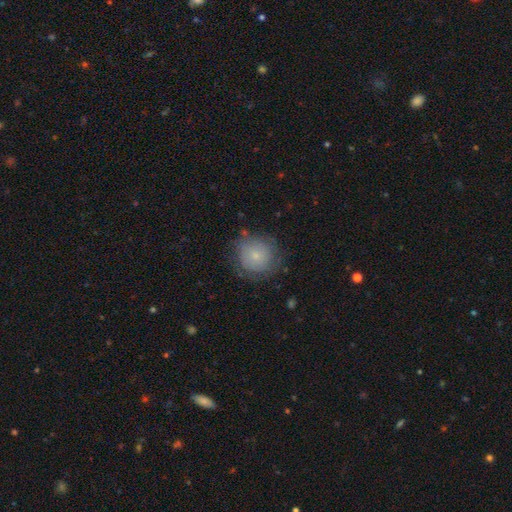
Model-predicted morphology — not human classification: This is likely a smooth galaxy (74%). How rounded: clearly round (92%). Merging: likely none (74%).